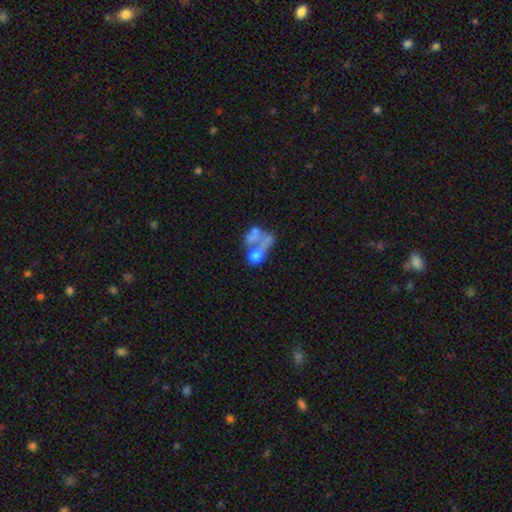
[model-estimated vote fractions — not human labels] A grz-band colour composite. It shows a smooth galaxy with no disk features (46%). Merging: merger (49%).